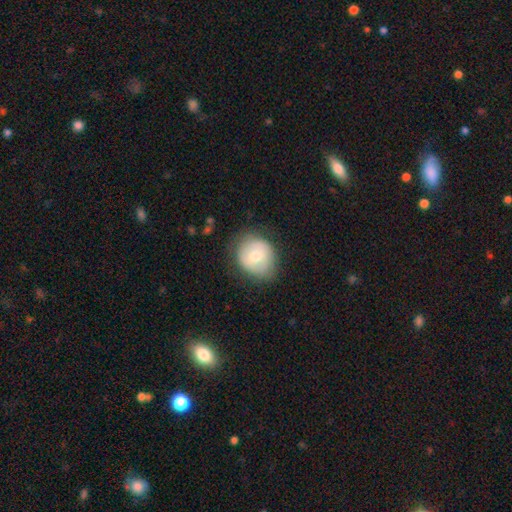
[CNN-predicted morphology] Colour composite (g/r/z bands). It shows a smooth galaxy with no disk features (62%) that is round (76%). Merging: none (74%).